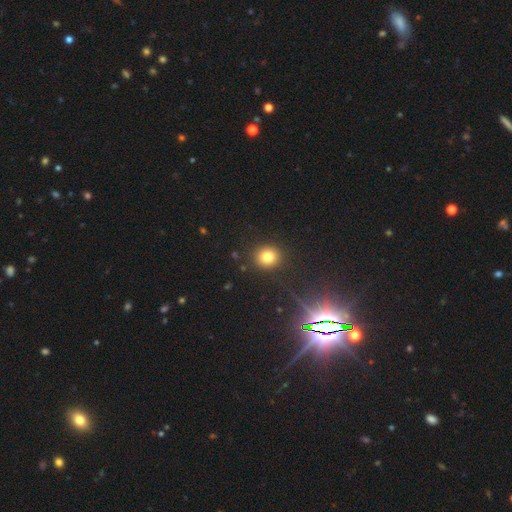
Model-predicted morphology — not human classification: Smooth or featured? Predicted: smooth (p=0.52). How rounded? Predicted: round (p=0.89). Merging? Predicted: none (p=0.89).